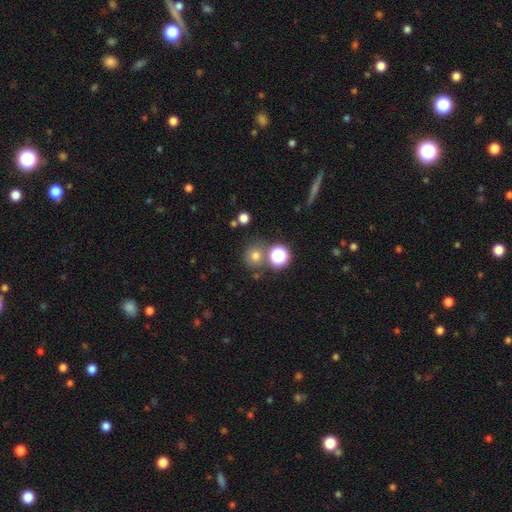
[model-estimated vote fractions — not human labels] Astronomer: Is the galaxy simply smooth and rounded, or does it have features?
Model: smooth — 71%.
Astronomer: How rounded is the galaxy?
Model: round — 87%.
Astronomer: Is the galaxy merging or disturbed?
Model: none — 73%.